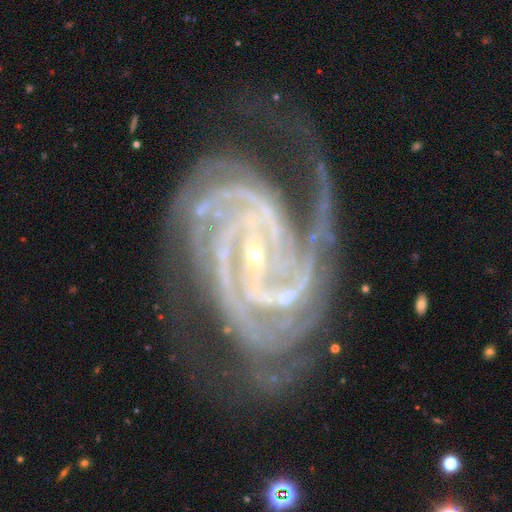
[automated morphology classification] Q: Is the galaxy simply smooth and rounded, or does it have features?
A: featured or disk — 93%.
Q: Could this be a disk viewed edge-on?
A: no — 97%.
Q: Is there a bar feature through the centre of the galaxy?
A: strong — 41%.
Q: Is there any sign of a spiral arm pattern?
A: yes — 99%.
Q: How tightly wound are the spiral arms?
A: tight — 68%.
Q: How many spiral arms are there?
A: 4 — 29%.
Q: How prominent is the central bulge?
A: small — 82%.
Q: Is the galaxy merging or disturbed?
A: none — 63%.